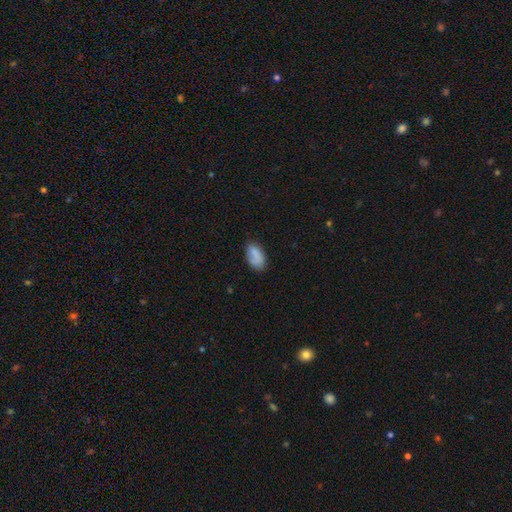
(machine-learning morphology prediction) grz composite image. It shows a smooth galaxy with no disk features (80%) that is in between round and cigar-shaped (93%). Merging: none (65%).